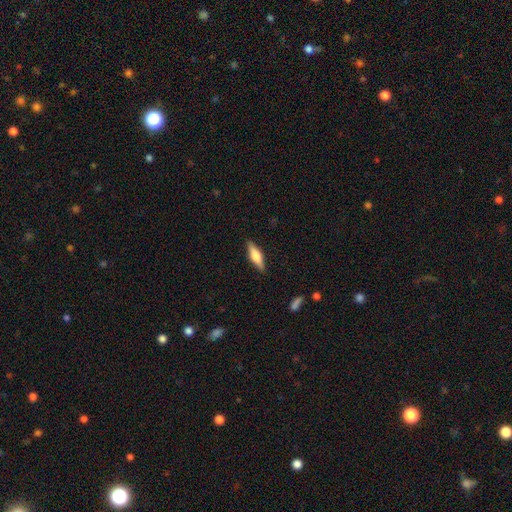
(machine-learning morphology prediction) A smooth galaxy with no disk features (54%) that is cigar-shaped (57%).

Vote fractions:
- Smooth or featured? smooth: 54% / featured or disk: 40% / star or artifact: 6%
- How rounded? cigar-shaped: 57% / in between: 41% / round: 2%
- Merging? none: 87% / minor disturbance: 9% / major disturbance: 2% / merger: 1%